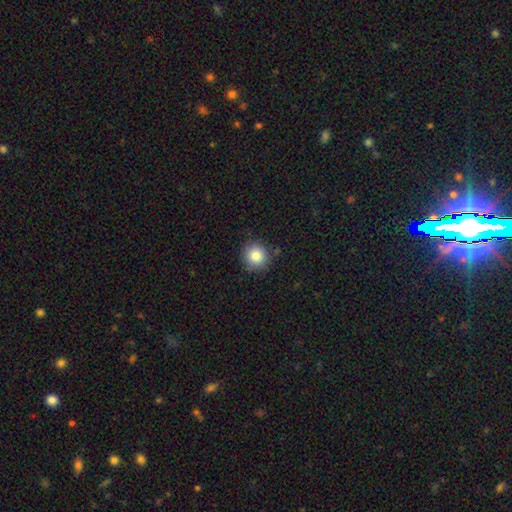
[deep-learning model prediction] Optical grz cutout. It shows a smooth galaxy with no disk features (85%) that is round (92%). Merging: none (87%).